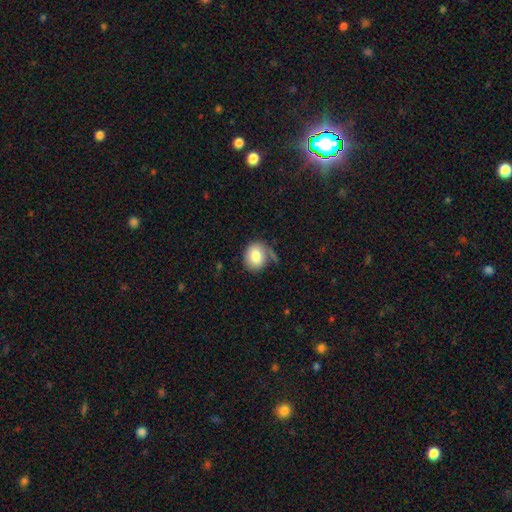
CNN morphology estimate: Smooth or featured?
  - smooth: 79% *
  - featured or disk: 13%
  - star or artifact: 8%
How rounded?
  - round: 72% *
  - in between: 27%
  - cigar-shaped: 1%
Merging?
  - none: 58% *
  - minor disturbance: 23%
  - major disturbance: 13%
  - merger: 7%